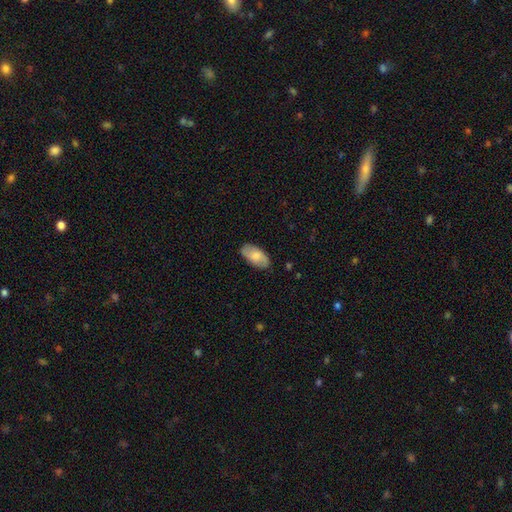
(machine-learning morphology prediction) This is likely a smooth galaxy (72%). How rounded: clearly in between (94%). Merging: clearly none (83%).